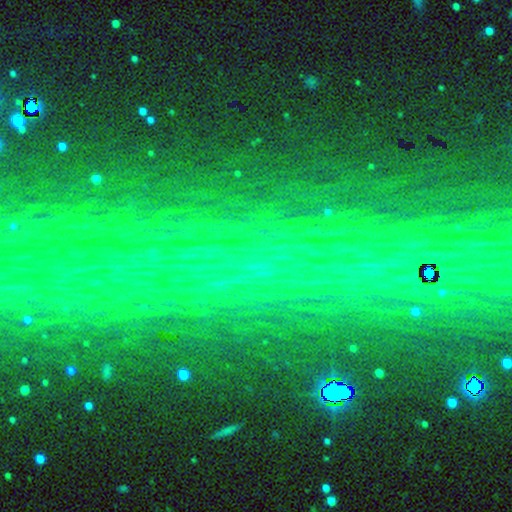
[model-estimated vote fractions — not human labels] A star or artifact, not a galaxy (82%).

Vote fractions:
- Smooth or featured? star or artifact: 82% / featured or disk: 10% / smooth: 9%